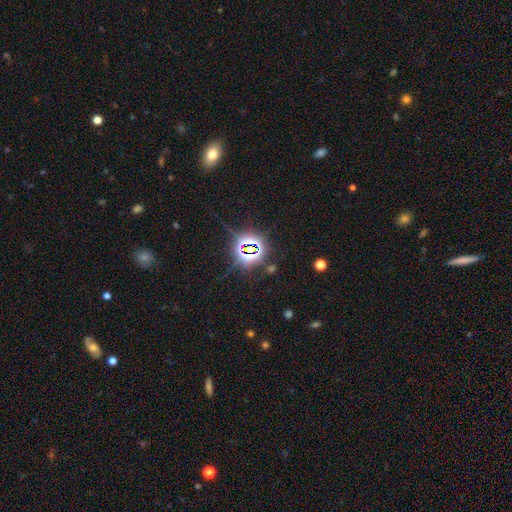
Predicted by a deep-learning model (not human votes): A star or artifact, not a galaxy (79%).

Vote fractions:
- Smooth or featured? star or artifact: 79% / smooth: 13% / featured or disk: 8%